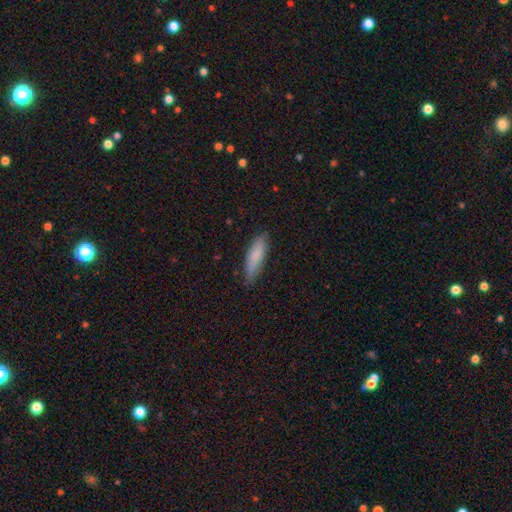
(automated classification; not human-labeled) smooth 80%, featured or disk 14%, star or artifact 6%. Down the decision tree: how rounded — cigar-shaped (66%); merging — none (79%).